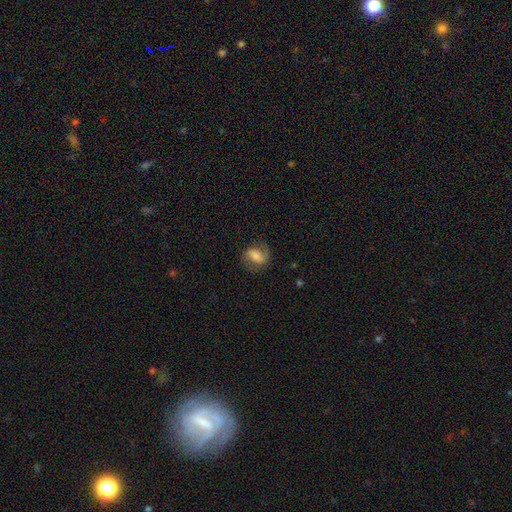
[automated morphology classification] Smooth or featured: featured or disk — 46% (smooth — 45%)
Merging: none — 70% (minor disturbance — 19%)